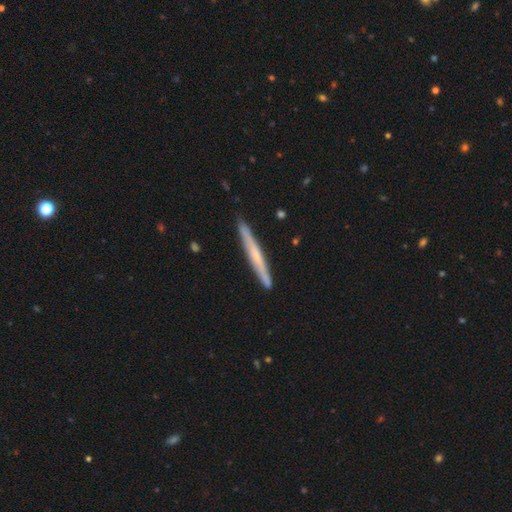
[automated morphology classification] Smooth or featured?
  - featured or disk: 53% *
  - smooth: 41%
  - star or artifact: 6%
Edge-on disk?
  - yes: 96% *
  - no: 4%
Edge-on bulge?
  - none: 55% *
  - rounded: 40%
  - boxy: 6%
Merging?
  - none: 90% *
  - minor disturbance: 7%
  - merger: 1%
  - major disturbance: 1%